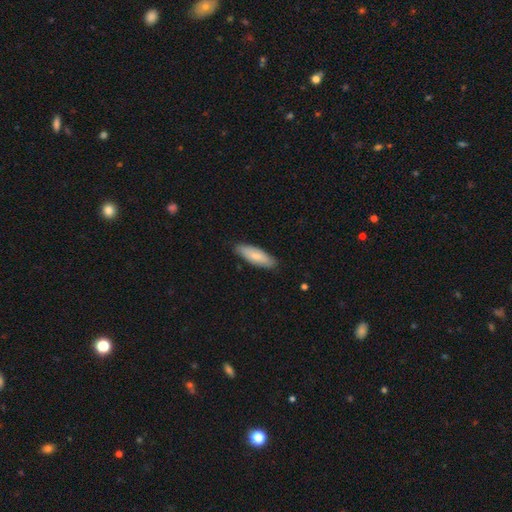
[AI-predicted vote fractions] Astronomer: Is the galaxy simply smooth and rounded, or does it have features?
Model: smooth — 79%.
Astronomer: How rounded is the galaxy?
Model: in between — 59% (runner-up: cigar-shaped, 39%).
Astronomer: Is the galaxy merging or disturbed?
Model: none — 84%.